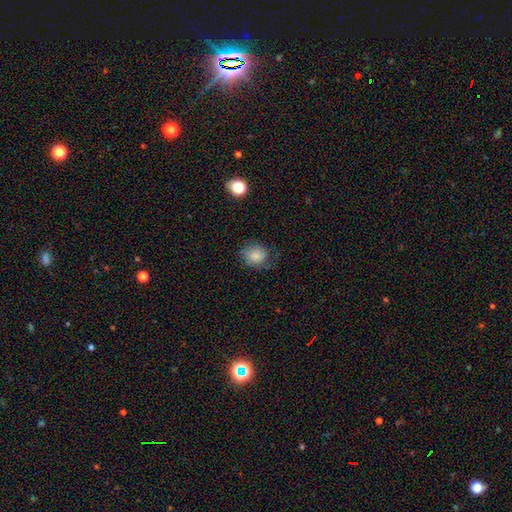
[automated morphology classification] The model was most divided on "merging": none: 66%, minor disturbance: 23%, major disturbance: 9%, merger: 1%. More confident: smooth or featured — smooth (79%); how rounded — round (72%).